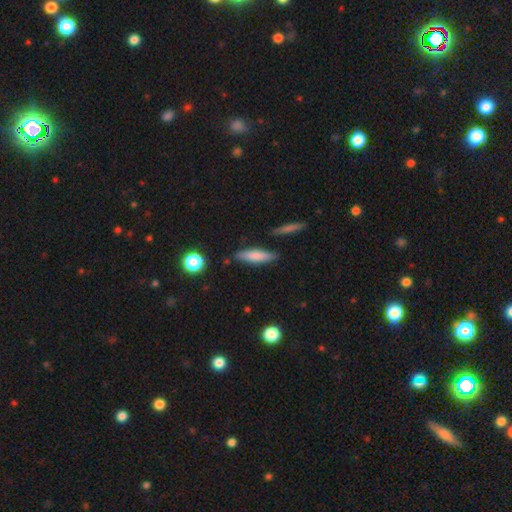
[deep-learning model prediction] This appears to be a smooth galaxy with no disk features (78%) that is cigar-shaped (66%). Merging: none (82%).